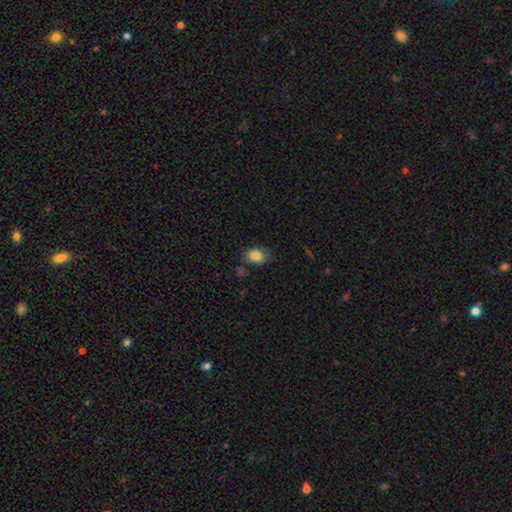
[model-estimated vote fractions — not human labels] Smooth or featured: smooth — 84% (star or artifact — 9%)
How rounded: in between — 80% (round — 19%)
Merging: none — 69% (minor disturbance — 21%)